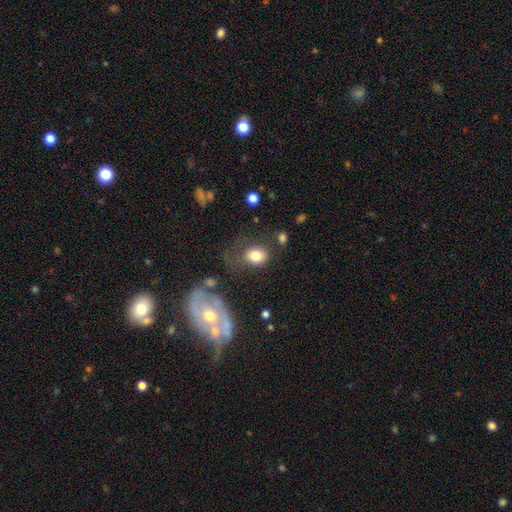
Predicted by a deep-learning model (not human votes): A smooth galaxy with no disk features (79%) that is in between round and cigar-shaped (57%).

Vote fractions:
- Smooth or featured? smooth: 79% / featured or disk: 12% / star or artifact: 8%
- How rounded? in between: 57% / round: 42% / cigar-shaped: 1%
- Merging? none: 56% / minor disturbance: 21% / major disturbance: 16% / merger: 7%